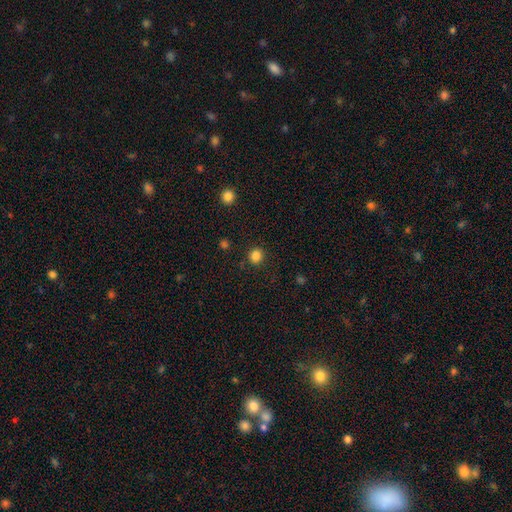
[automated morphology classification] smooth 84%, star or artifact 12%, featured or disk 4%. Down the decision tree: how rounded — round (84%); merging — none (89%).